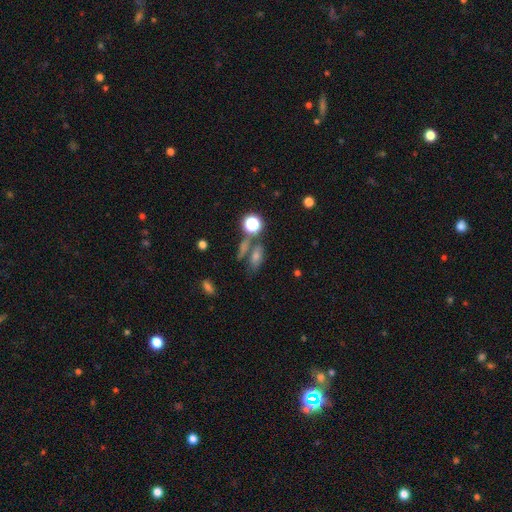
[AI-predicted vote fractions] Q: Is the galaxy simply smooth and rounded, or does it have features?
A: smooth — 56%.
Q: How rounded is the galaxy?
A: in between — 63%.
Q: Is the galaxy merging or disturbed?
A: none — 53%.